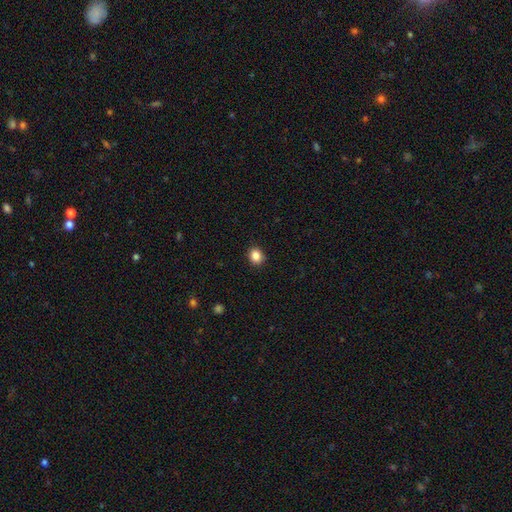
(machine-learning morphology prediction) This is clearly a smooth galaxy (86%). How rounded: likely round (69%). Merging: clearly none (90%).